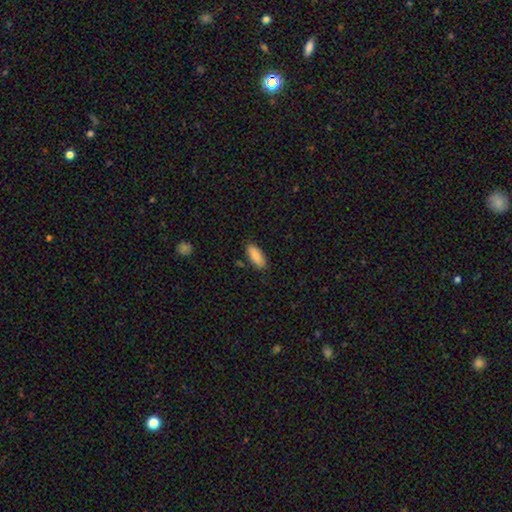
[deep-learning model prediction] smooth-or-featured: smooth: 86% | featured or disk: 8% | star or artifact: 6%
  how-rounded: in between: 82% | cigar-shaped: 17% | round: 2%
  merging: none: 85% | minor disturbance: 11% | major disturbance: 2% | merger: 2%